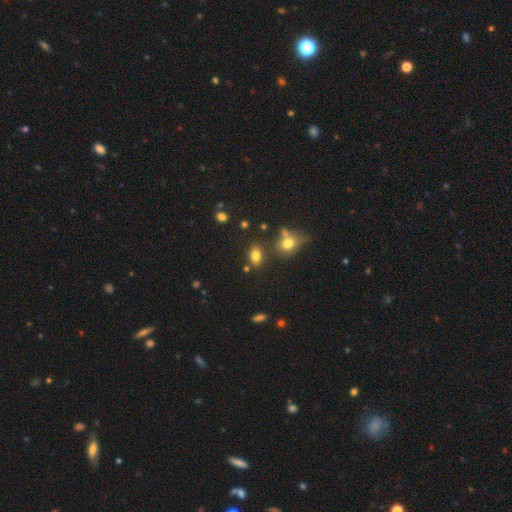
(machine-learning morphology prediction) smooth 79%, star or artifact 12%, featured or disk 9%. Down the decision tree: how rounded — in between (82%); merging — none (73%).